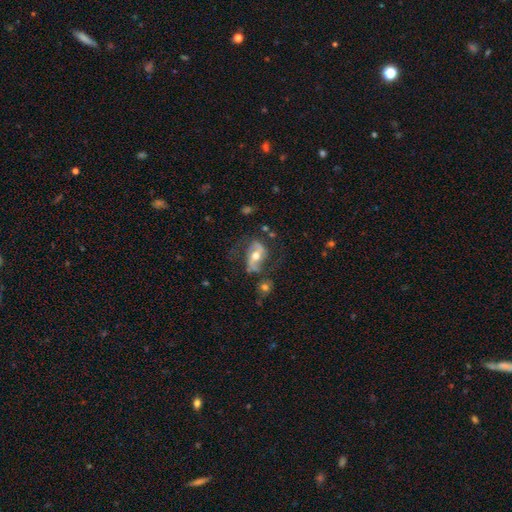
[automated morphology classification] featured or disk 79%, smooth 14%, star or artifact 7%. Down the decision tree: edge-on disk — no (95%); bar — no (36%); spiral arms — yes (89%); spiral arm count — 2 (90%); spiral winding — loose (58%); bulge size — moderate (75%); merging — none (60%).